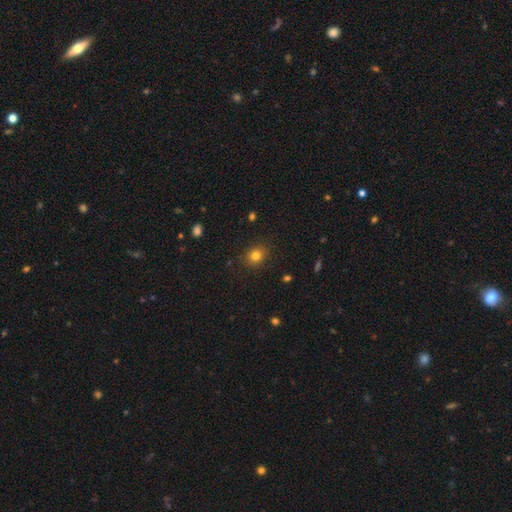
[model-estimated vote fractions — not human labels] Smooth or featured? Predicted: smooth (p=0.80). How rounded? Predicted: round (p=0.73). Merging? Predicted: none (p=0.88).